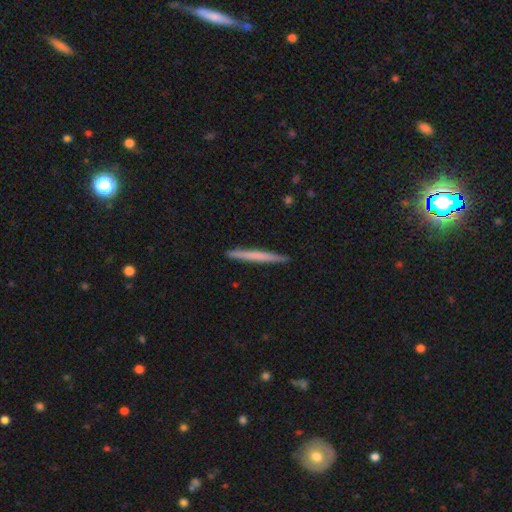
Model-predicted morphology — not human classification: Q: Smooth or featured?
A: smooth (59%); runner-up: featured or disk (36%)
Q: How rounded?
A: cigar-shaped (97%); runner-up: in between (2%)
Q: Merging?
A: none (92%); runner-up: minor disturbance (6%)